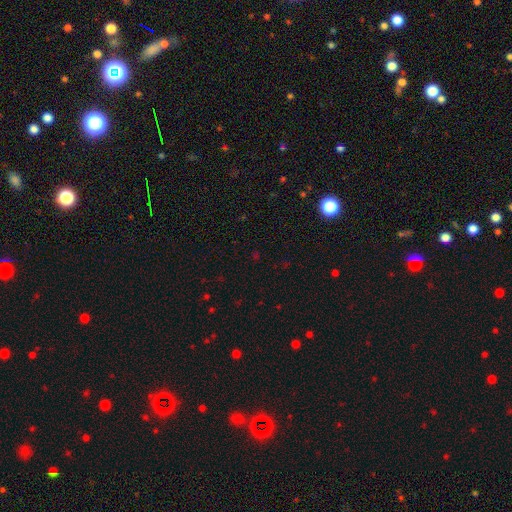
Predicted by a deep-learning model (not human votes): Q: Smooth or featured?
A: star or artifact (66%); runner-up: smooth (28%)